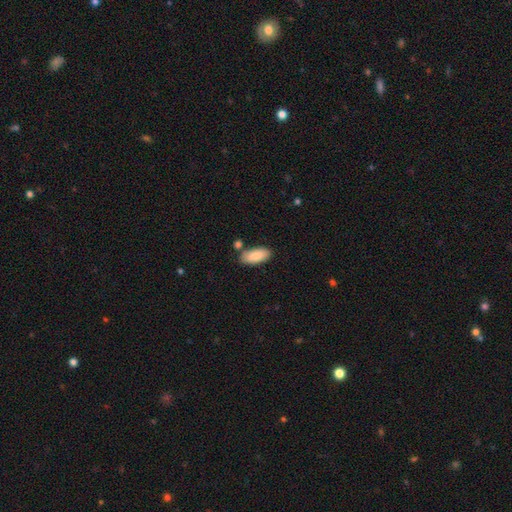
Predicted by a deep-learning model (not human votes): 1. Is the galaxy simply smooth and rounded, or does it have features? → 89% smooth, 6% star or artifact, 5% featured or disk.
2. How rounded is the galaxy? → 88% in between, 10% cigar-shaped, 2% round.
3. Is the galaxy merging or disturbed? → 76% none, 12% minor disturbance, 9% merger, 3% major disturbance.